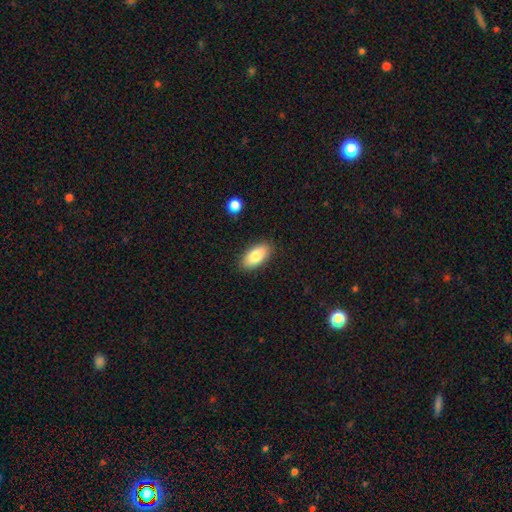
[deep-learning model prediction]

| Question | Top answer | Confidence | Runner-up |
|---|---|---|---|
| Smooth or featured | smooth | 83% | featured or disk (11%) |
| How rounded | in between | 92% | cigar-shaped (5%) |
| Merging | none | 88% | minor disturbance (9%) |